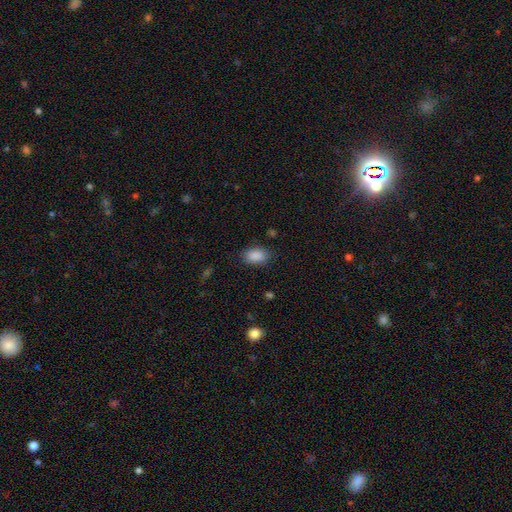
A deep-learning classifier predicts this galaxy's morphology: Smooth or featured? Predicted: smooth (p=0.89). How rounded? Predicted: in between (p=0.85). Merging? Predicted: none (p=0.84).